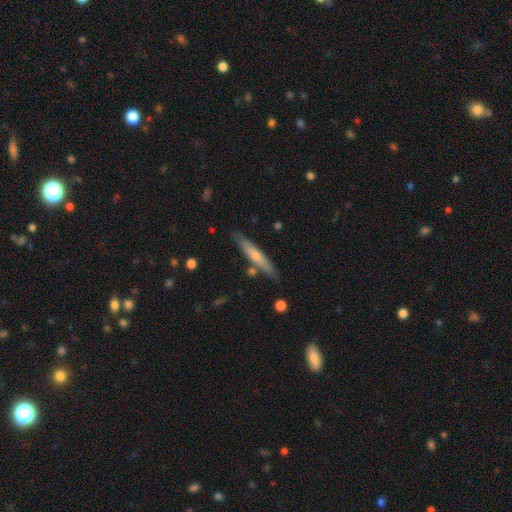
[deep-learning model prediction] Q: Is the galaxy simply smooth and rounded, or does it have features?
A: smooth — 53%.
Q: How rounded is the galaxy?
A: cigar-shaped — 92%.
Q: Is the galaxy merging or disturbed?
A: none — 81%.